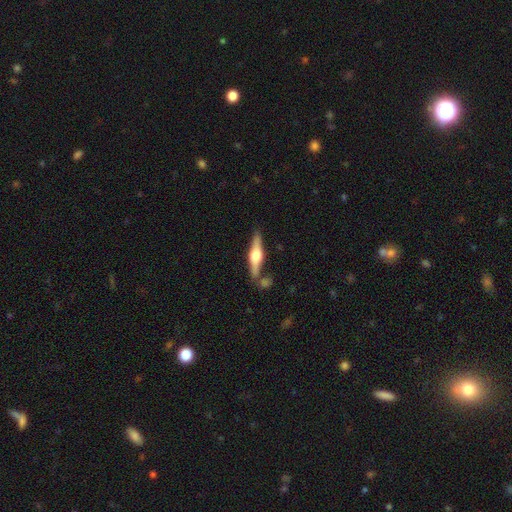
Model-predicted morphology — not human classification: This is likely a featured or disk galaxy (66%). It is clearly viewed edge-on (96%). Edge-on bulge: clearly rounded (92%). Merging: likely none (77%).